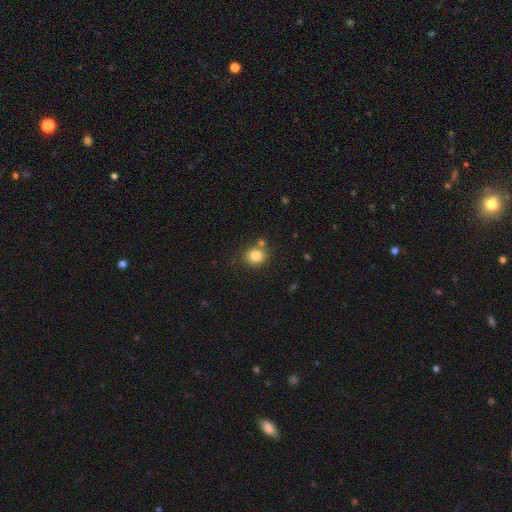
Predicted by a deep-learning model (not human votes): A smooth galaxy with no disk features (83%) that is round (77%).

Vote fractions:
- Smooth or featured? smooth: 83% / star or artifact: 11% / featured or disk: 6%
- How rounded? round: 77% / in between: 23% / cigar-shaped: 1%
- Merging? none: 75% / minor disturbance: 11% / merger: 11% / major disturbance: 3%